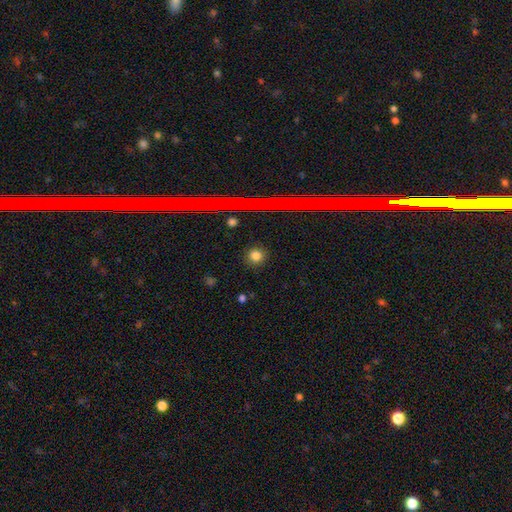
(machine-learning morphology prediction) A smooth galaxy with no disk features (80%) that is round (93%).

Vote fractions:
- Smooth or featured? smooth: 80% / star or artifact: 14% / featured or disk: 6%
- How rounded? round: 93% / in between: 6% / cigar-shaped: 1%
- Merging? none: 89% / minor disturbance: 7% / major disturbance: 2% / merger: 1%